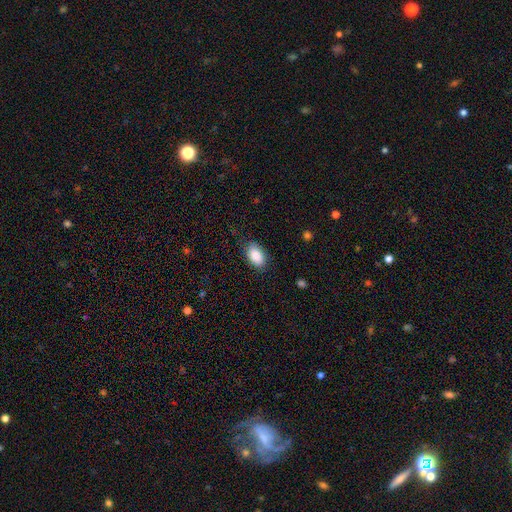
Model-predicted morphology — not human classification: This is clearly a smooth galaxy (88%). How rounded: clearly in between (92%). Merging: clearly none (82%).